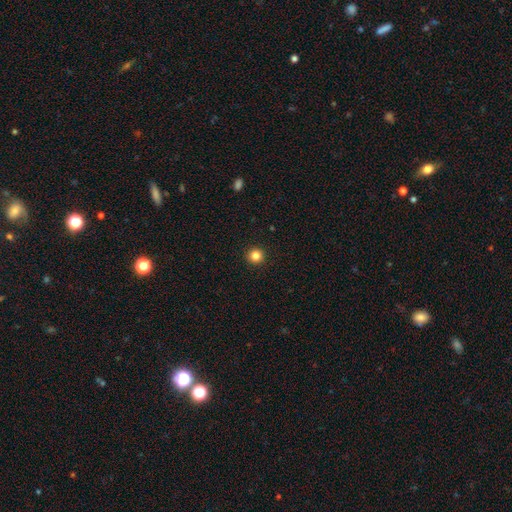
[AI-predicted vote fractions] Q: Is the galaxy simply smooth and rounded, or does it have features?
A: smooth — 84%.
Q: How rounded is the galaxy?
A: round — 96%.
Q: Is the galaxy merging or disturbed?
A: none — 93%.